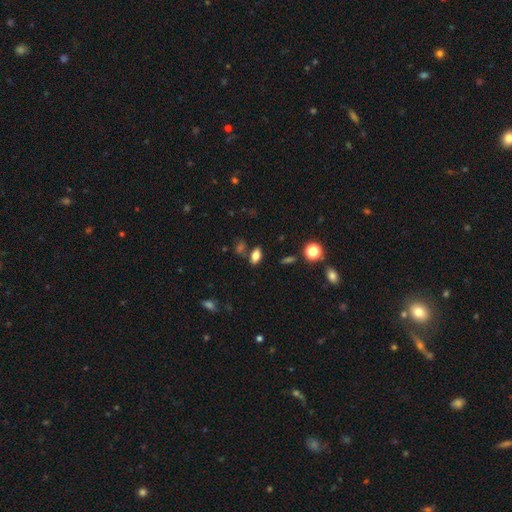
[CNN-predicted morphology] A smooth galaxy with no disk features (76%) that is in between round and cigar-shaped (87%).

Vote fractions:
- Smooth or featured? smooth: 76% / star or artifact: 12% / featured or disk: 11%
- How rounded? in between: 87% / round: 9% / cigar-shaped: 5%
- Merging? none: 78% / minor disturbance: 11% / merger: 8% / major disturbance: 3%